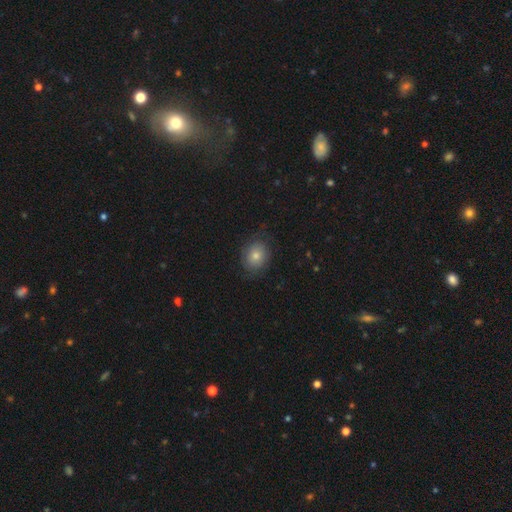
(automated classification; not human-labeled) Overall: smooth (75%). How rounded: round (60%; in between 40%). Merging: none (75%).